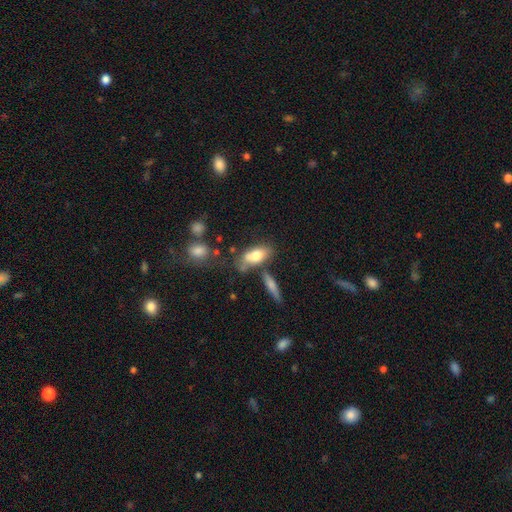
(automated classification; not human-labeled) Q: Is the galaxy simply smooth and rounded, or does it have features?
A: smooth — 73%.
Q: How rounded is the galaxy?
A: in between — 85%.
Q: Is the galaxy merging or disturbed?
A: none — 49%.